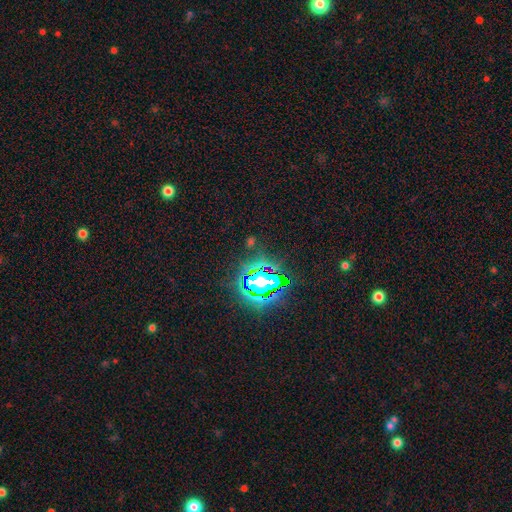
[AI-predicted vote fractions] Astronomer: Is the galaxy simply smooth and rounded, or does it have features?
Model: star or artifact — 83%.